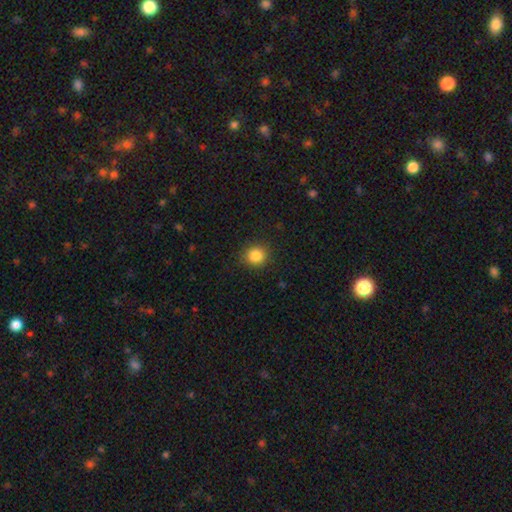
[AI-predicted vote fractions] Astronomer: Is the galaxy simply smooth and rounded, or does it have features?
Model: smooth — 86%.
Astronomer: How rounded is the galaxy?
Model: round — 85%.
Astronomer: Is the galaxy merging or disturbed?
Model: none — 88%.